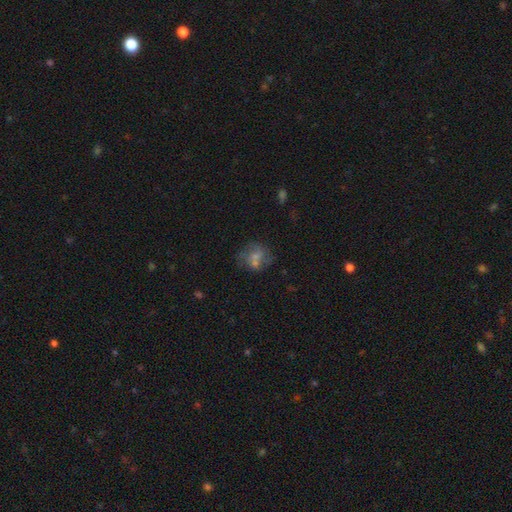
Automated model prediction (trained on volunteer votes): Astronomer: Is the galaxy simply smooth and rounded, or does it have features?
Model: smooth — 40% (runner-up: featured or disk, 37%).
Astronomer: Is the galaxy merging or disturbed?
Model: none — 60%.